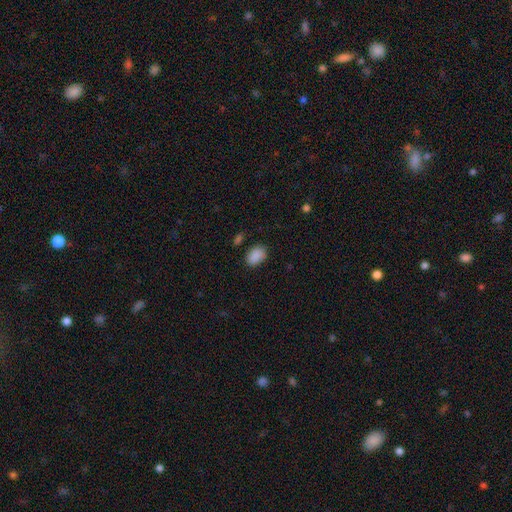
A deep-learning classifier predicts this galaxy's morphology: This is clearly a smooth galaxy (89%). How rounded: clearly in between (86%). Merging: clearly none (82%).